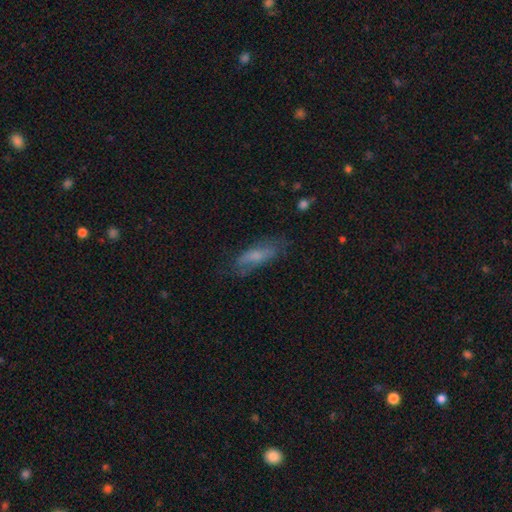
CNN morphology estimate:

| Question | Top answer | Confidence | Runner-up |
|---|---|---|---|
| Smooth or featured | smooth | 61% | featured or disk (29%) |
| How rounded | in between | 54% | cigar-shaped (44%) |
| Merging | none | 60% | minor disturbance (25%) |